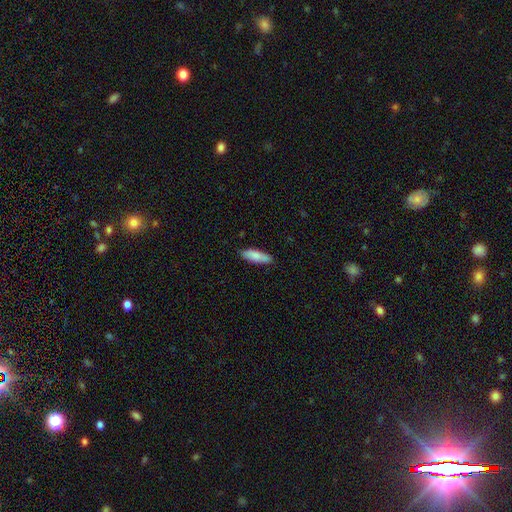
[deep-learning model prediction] smooth_or_featured: smooth (p=0.83) [alt: featured or disk p=0.11]
how_rounded: in between (p=0.51) [alt: cigar-shaped p=0.47]
merging: none (p=0.83) [alt: minor disturbance p=0.13]